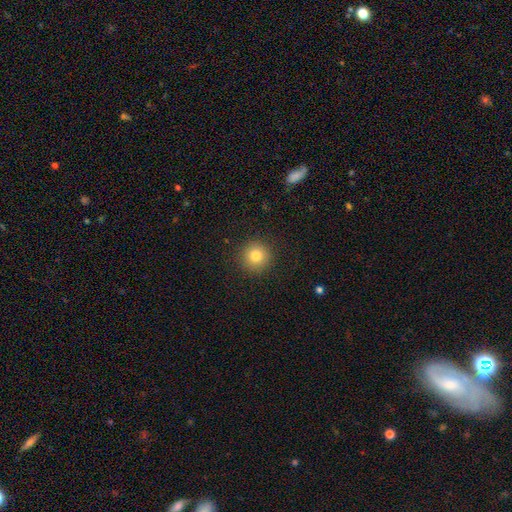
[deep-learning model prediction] A smooth galaxy with no disk features (81%) that is round (95%).

Vote fractions:
- Smooth or featured? smooth: 81% / star or artifact: 12% / featured or disk: 7%
- How rounded? round: 95% / in between: 4% / cigar-shaped: 1%
- Merging? none: 91% / minor disturbance: 6% / major disturbance: 2% / merger: 1%